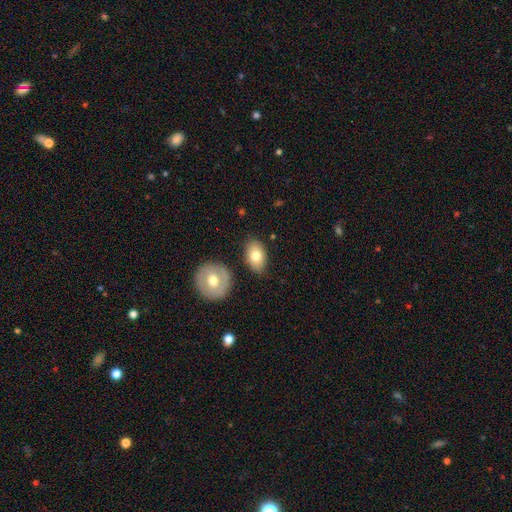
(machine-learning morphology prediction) A smooth galaxy with no disk features (75%) that is in between round and cigar-shaped (86%). Merging: none (79%).